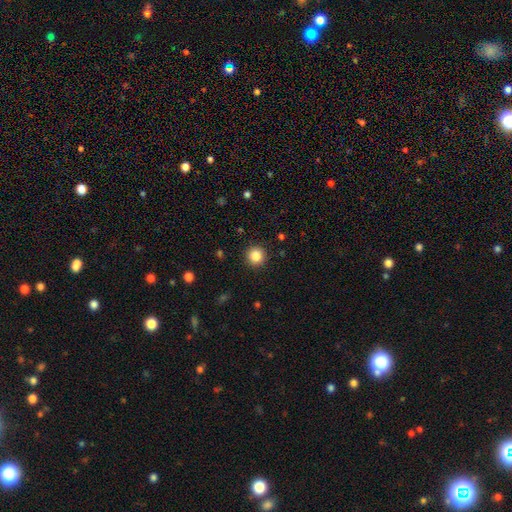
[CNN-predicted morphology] Overall: smooth (85%). How rounded: round (95%). Merging: none (92%).